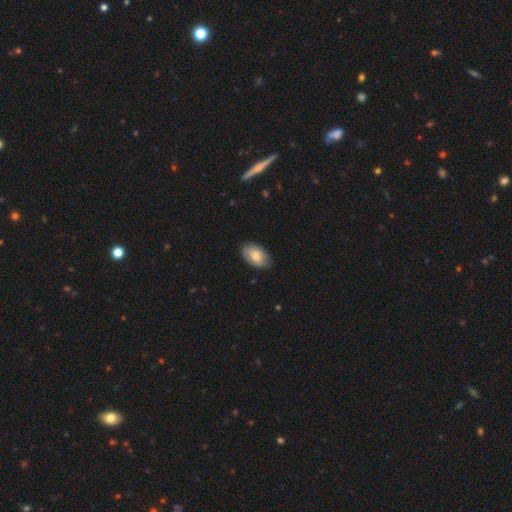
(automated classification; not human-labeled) smooth-or-featured: smooth: 73% | featured or disk: 21% | star or artifact: 6%
  how-rounded: in between: 91% | round: 7% | cigar-shaped: 1%
  merging: none: 81% | minor disturbance: 16% | major disturbance: 2% | merger: 1%